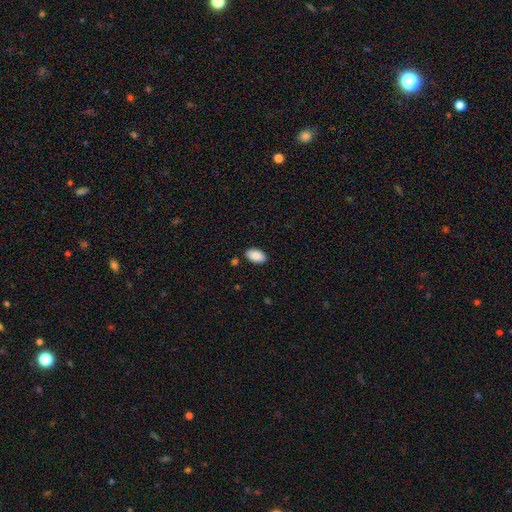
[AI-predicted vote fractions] Smooth or featured?
  - smooth: 90% *
  - star or artifact: 6%
  - featured or disk: 4%
How rounded?
  - in between: 95% *
  - round: 3%
  - cigar-shaped: 2%
Merging?
  - none: 87% *
  - minor disturbance: 9%
  - major disturbance: 2%
  - merger: 2%